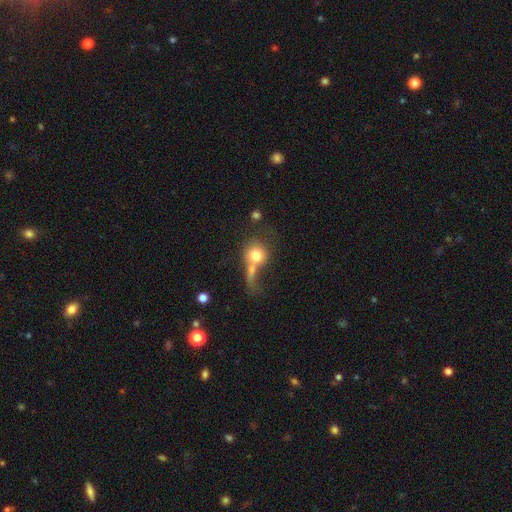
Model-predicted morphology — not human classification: Overall: smooth (72%). How rounded: round (80%). Merging: merger (46%; none 23%).